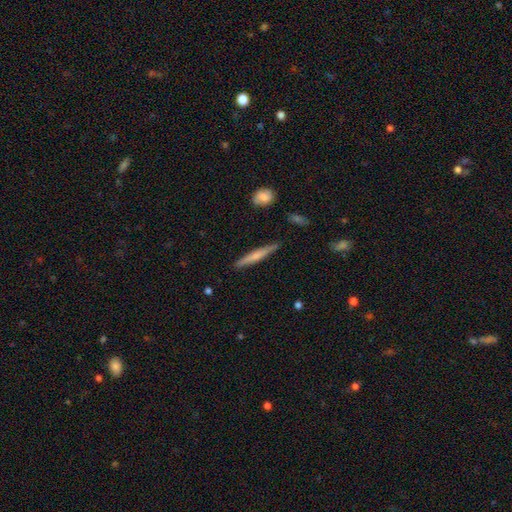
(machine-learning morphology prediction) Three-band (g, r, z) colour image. It shows a smooth galaxy with no disk features (53%) that is cigar-shaped (95%). Merging: none (89%).